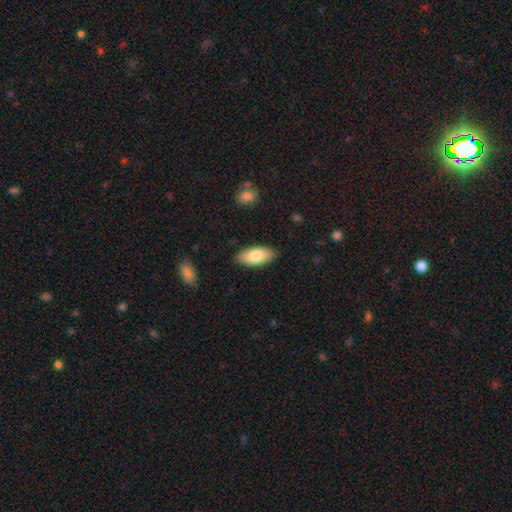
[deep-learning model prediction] A smooth galaxy with no disk features (81%) that is in between round and cigar-shaped (87%).

Vote fractions:
- Smooth or featured? smooth: 81% / featured or disk: 14% / star or artifact: 6%
- How rounded? in between: 87% / cigar-shaped: 11% / round: 2%
- Merging? none: 87% / minor disturbance: 10% / major disturbance: 2% / merger: 1%